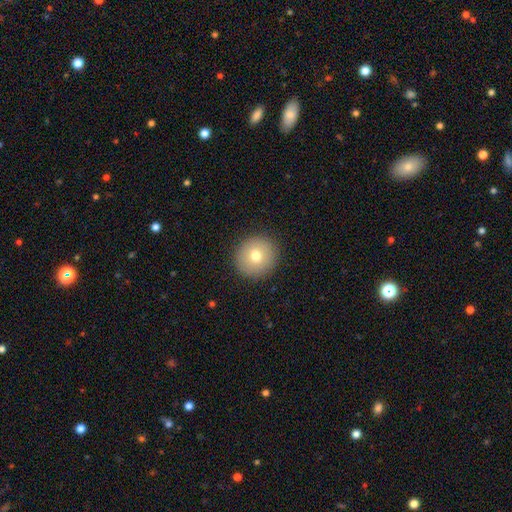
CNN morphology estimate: This is likely a smooth galaxy (74%). How rounded: clearly round (94%). Merging: clearly none (91%).